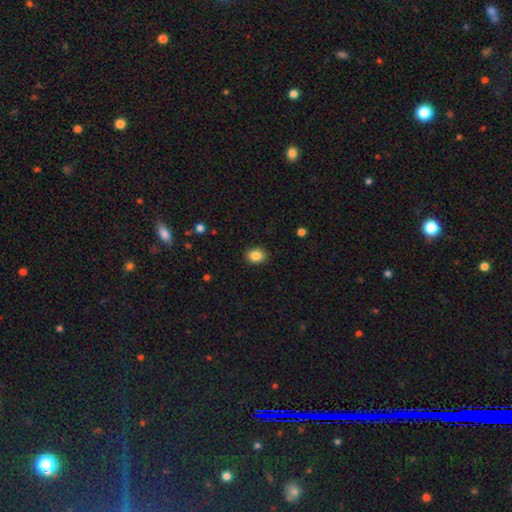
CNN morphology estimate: This is clearly a smooth galaxy (86%). How rounded: possibly in between (52%). Merging: clearly none (89%).